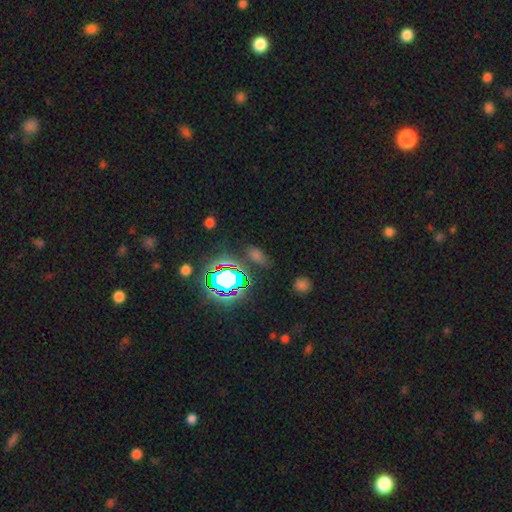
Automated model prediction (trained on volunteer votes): Smooth or featured?
  - star or artifact: 49% *
  - smooth: 37%
  - featured or disk: 13%